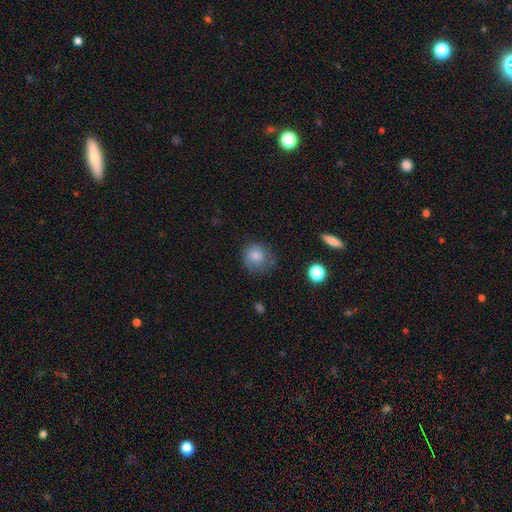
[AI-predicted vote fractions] Smooth or featured?
  - smooth: 79% *
  - featured or disk: 11%
  - star or artifact: 9%
How rounded?
  - round: 79% *
  - in between: 20%
  - cigar-shaped: 1%
Merging?
  - none: 60% *
  - minor disturbance: 25%
  - major disturbance: 12%
  - merger: 2%